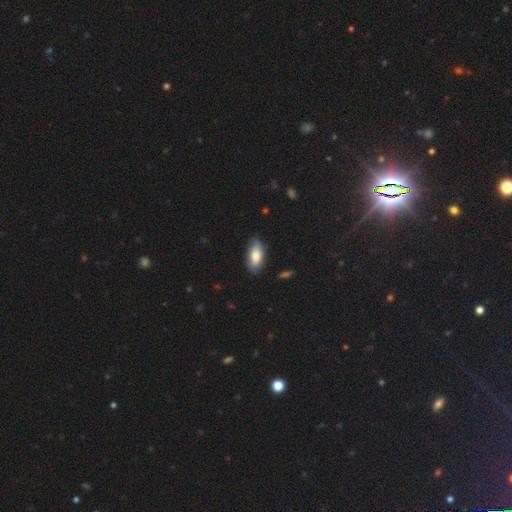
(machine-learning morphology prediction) Smooth or featured? smooth (78%)
How rounded? in between (89%)
Merging? none (79%)